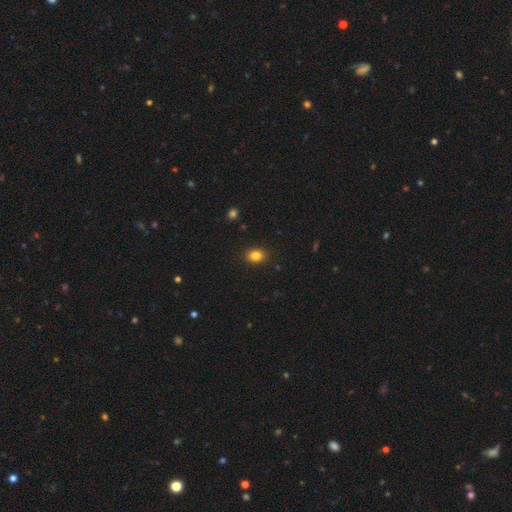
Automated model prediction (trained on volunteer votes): Overall: smooth (84%). How rounded: in between (55%; round 44%). Merging: none (89%).